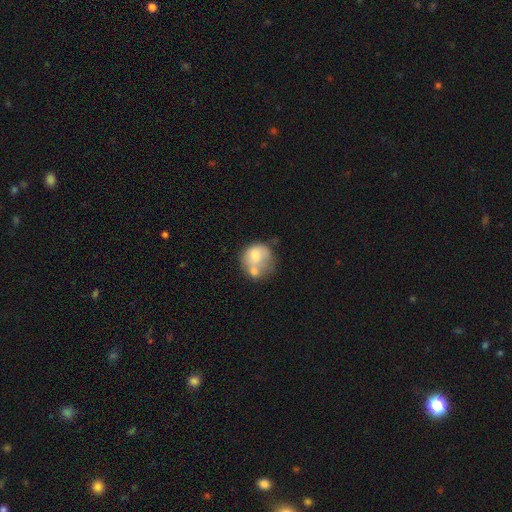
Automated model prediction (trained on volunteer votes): smooth-or-featured: smooth: 66% | featured or disk: 26% | star or artifact: 8%
  how-rounded: round: 74% | in between: 25% | cigar-shaped: 1%
  merging: merger: 49% | none: 27% | minor disturbance: 16% | major disturbance: 9%